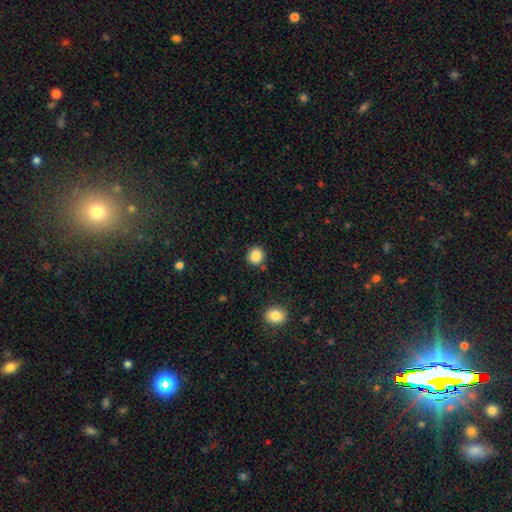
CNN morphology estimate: This is clearly a smooth galaxy (86%). How rounded: clearly round (90%). Merging: clearly none (88%).